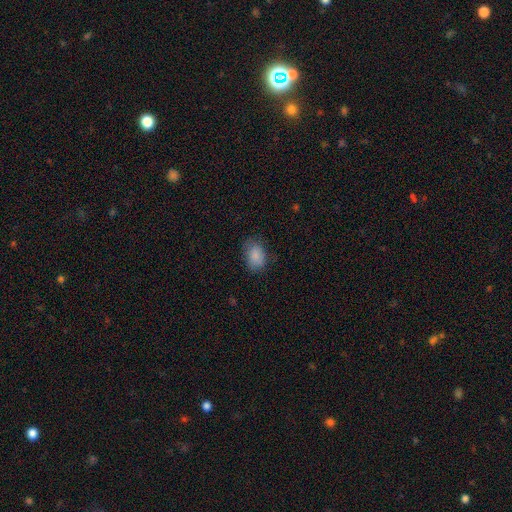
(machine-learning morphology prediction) smooth 85%, star or artifact 8%, featured or disk 7%. Down the decision tree: how rounded — in between (80%); merging — none (71%).